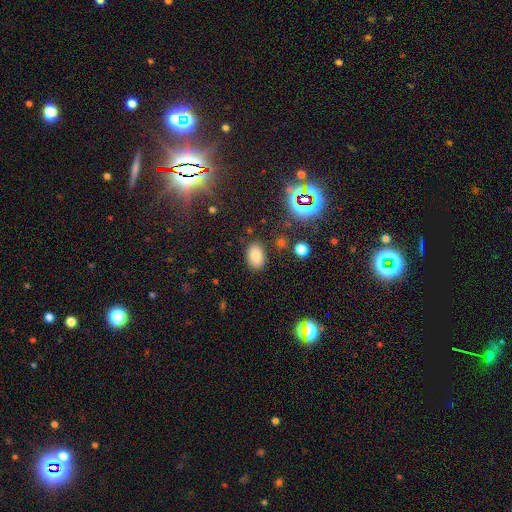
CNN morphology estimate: Smooth or featured? smooth (78%)
How rounded? in between (88%)
Merging? none (84%)